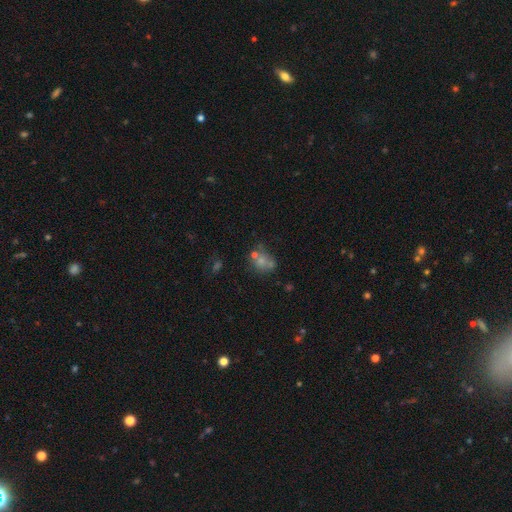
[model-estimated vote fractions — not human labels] The model was most divided on "merging": none: 45%, merger: 31%, minor disturbance: 14%, major disturbance: 10%. More confident: how rounded — round (64%); smooth or featured — smooth (52%).